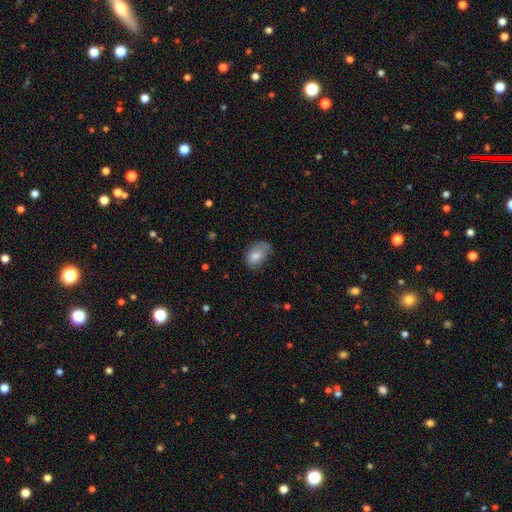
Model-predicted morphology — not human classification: This is likely a smooth galaxy (75%). How rounded: clearly in between (85%). Merging: possibly none (50%).